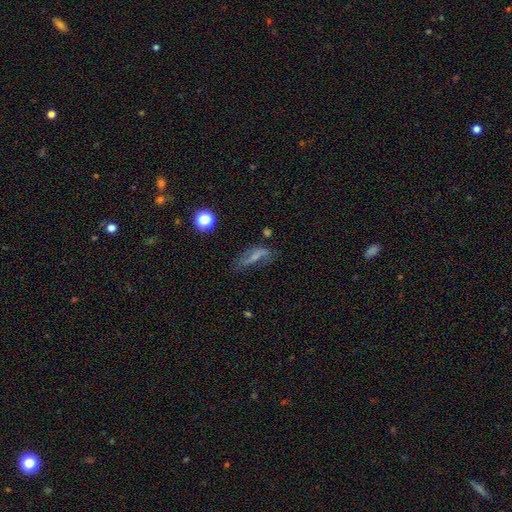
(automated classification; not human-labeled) This appears to be a smooth galaxy with no disk features (44%). Merging: none (48%).